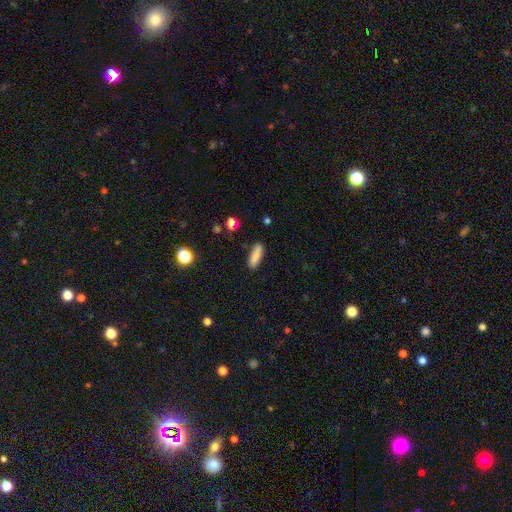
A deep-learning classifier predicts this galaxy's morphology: This is clearly a smooth galaxy (86%). How rounded: possibly cigar-shaped (50%). Merging: clearly none (86%).